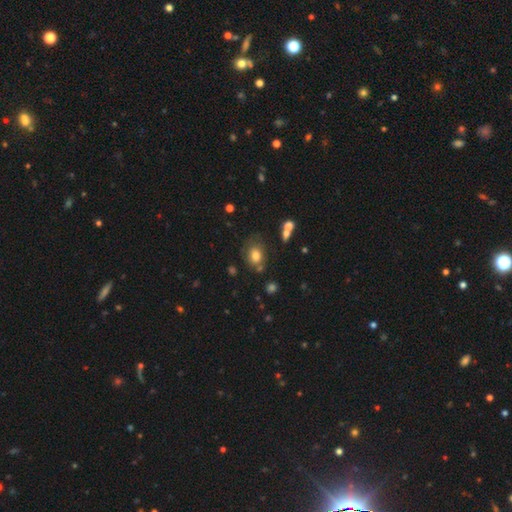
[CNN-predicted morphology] A smooth galaxy with no disk features (77%) that is in between round and cigar-shaped (59%). Merging: none (63%).